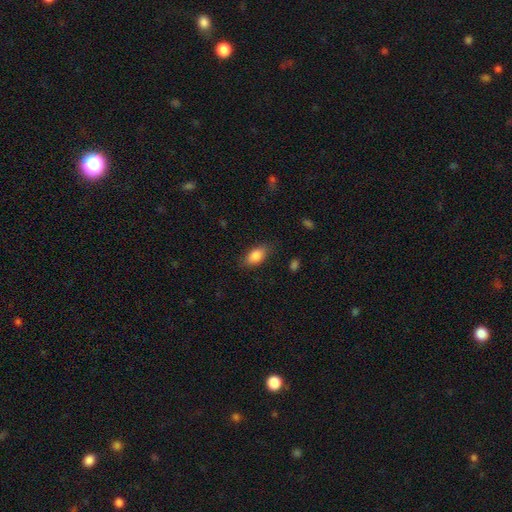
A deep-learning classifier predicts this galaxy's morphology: smooth 85%, star or artifact 7%, featured or disk 7%. Down the decision tree: how rounded — in between (88%); merging — none (81%).